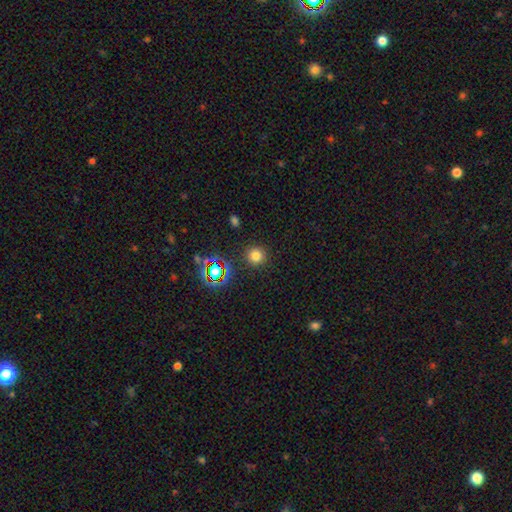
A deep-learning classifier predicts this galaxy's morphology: A smooth galaxy with no disk features (74%) that is round (94%).

Vote fractions:
- Smooth or featured? smooth: 74% / star or artifact: 20% / featured or disk: 6%
- How rounded? round: 94% / in between: 5% / cigar-shaped: 1%
- Merging? none: 89% / minor disturbance: 6% / major disturbance: 3% / merger: 2%